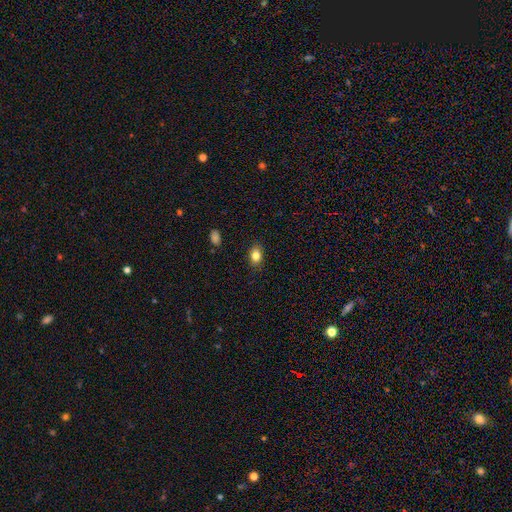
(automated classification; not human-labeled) Smooth or featured? smooth (83%)
How rounded? in between (79%)
Merging? none (86%)